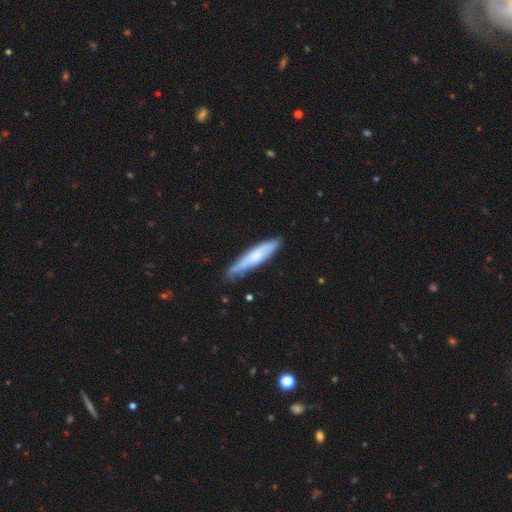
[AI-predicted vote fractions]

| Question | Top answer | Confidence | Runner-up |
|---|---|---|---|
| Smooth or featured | smooth | 60% | featured or disk (34%) |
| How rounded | cigar-shaped | 87% | in between (12%) |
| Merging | none | 77% | minor disturbance (19%) |